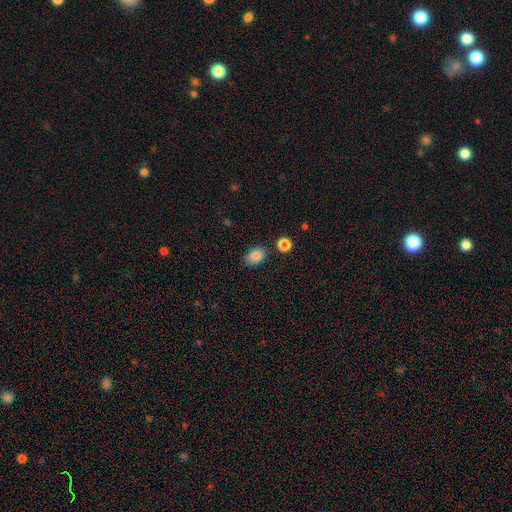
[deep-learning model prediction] A smooth galaxy with no disk features (86%) that is in between round and cigar-shaped (80%). Merging: none (76%).